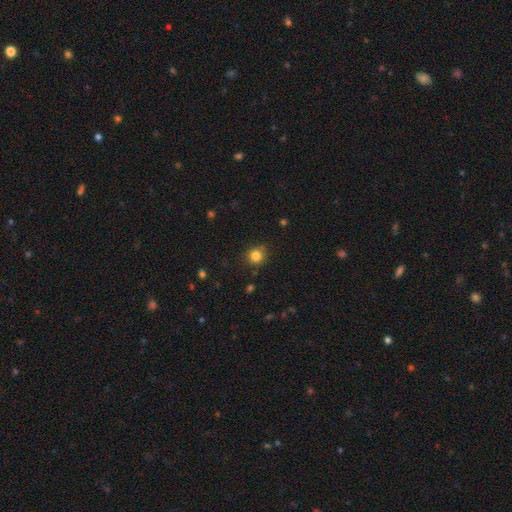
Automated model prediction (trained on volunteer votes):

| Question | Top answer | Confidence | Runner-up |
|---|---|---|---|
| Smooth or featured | smooth | 82% | star or artifact (12%) |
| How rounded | round | 85% | in between (14%) |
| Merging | none | 81% | minor disturbance (14%) |